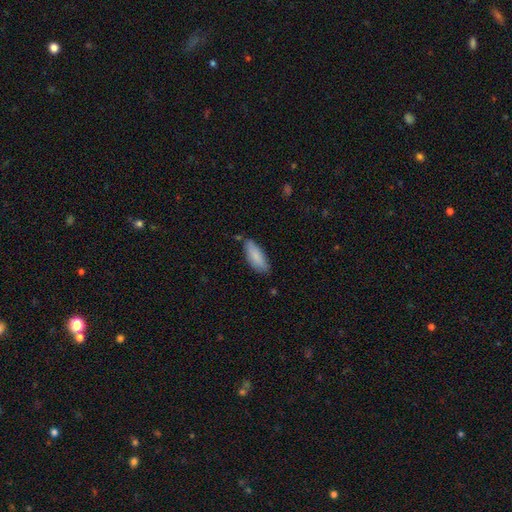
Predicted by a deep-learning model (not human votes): The model was most divided on "how rounded": in between: 69%, cigar-shaped: 30%, round: 2%. More confident: smooth or featured — smooth (84%); merging — none (71%).